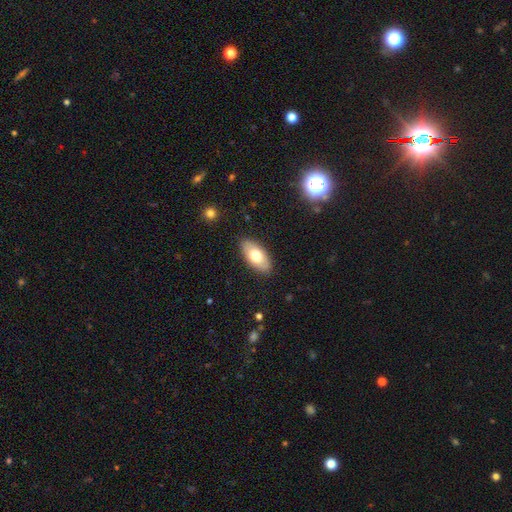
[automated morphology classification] Smooth or featured: smooth — 71% (featured or disk — 23%)
How rounded: in between — 92% (cigar-shaped — 6%)
Merging: none — 87% (minor disturbance — 9%)